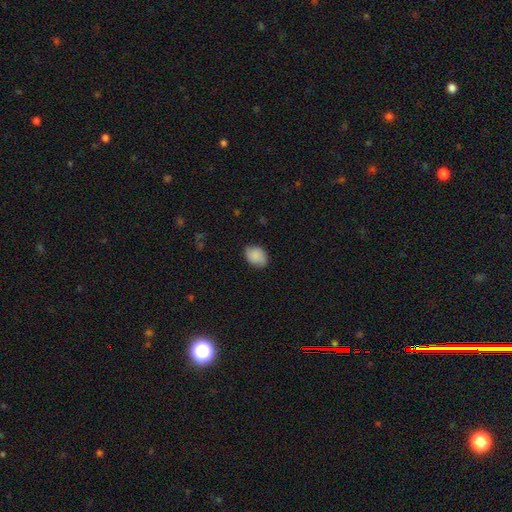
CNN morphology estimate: Smooth or featured? smooth (87%)
How rounded? in between (70%)
Merging? none (80%)